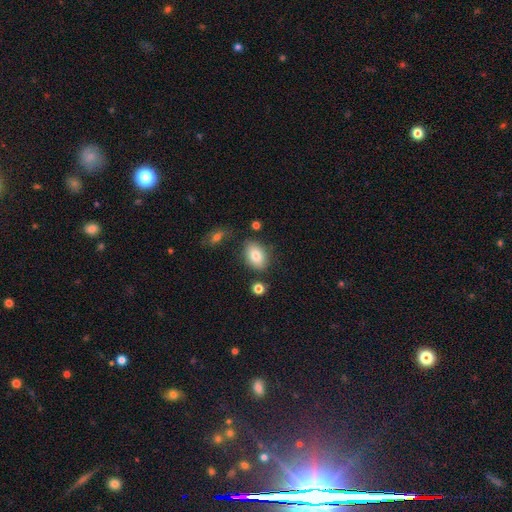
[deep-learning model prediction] Smooth or featured?
  - smooth: 81% *
  - featured or disk: 11%
  - star or artifact: 8%
How rounded?
  - in between: 86% *
  - round: 12%
  - cigar-shaped: 2%
Merging?
  - none: 78% *
  - minor disturbance: 13%
  - merger: 5%
  - major disturbance: 3%